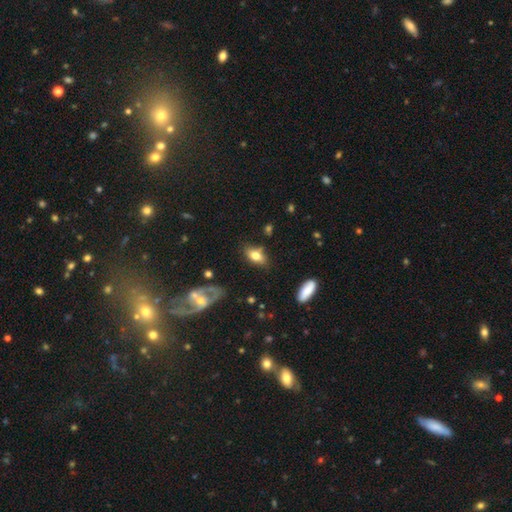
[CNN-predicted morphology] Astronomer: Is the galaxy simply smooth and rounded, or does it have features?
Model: smooth — 74%.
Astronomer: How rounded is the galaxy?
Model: in between — 87%.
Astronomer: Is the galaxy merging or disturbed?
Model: none — 69%.